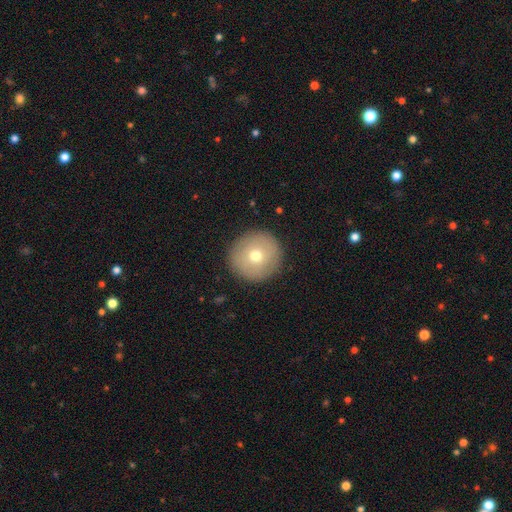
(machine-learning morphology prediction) Smooth or featured? Predicted: smooth (p=0.67). How rounded? Predicted: round (p=0.96). Merging? Predicted: none (p=0.91).